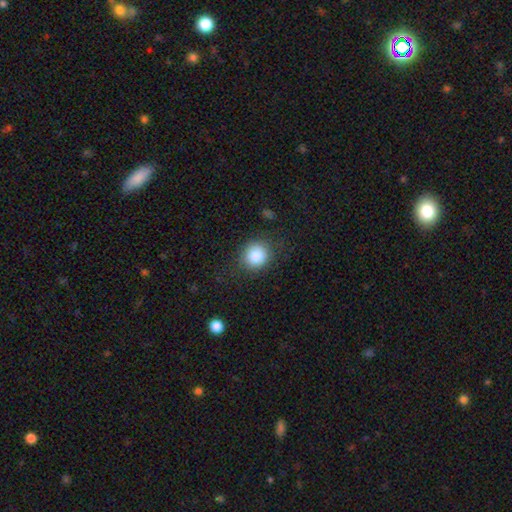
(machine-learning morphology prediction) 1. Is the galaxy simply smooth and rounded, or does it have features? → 85% smooth, 9% star or artifact, 5% featured or disk.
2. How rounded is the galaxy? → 85% round, 14% in between, 1% cigar-shaped.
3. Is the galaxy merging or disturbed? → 81% none, 12% minor disturbance, 5% major disturbance, 1% merger.